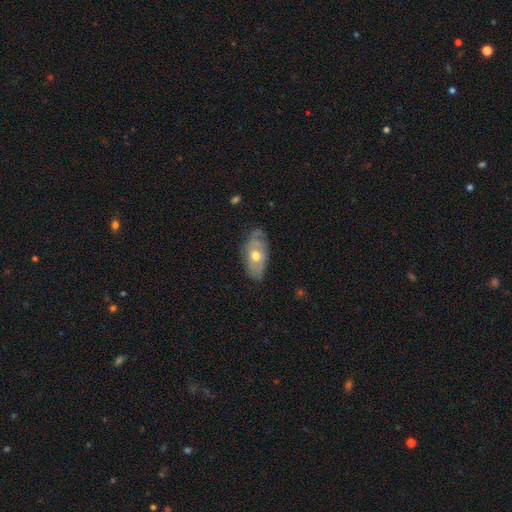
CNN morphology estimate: Q: Smooth or featured?
A: featured or disk (59%); runner-up: smooth (35%)
Q: Edge-on disk?
A: no (86%); runner-up: yes (14%)
Q: Bar?
A: no (84%); runner-up: weak (13%)
Q: Spiral arms?
A: no (50%); tied with: yes (50%)
Q: Bulge size?
A: moderate (79%); runner-up: small (11%)
Q: Merging?
A: none (66%); runner-up: minor disturbance (26%)